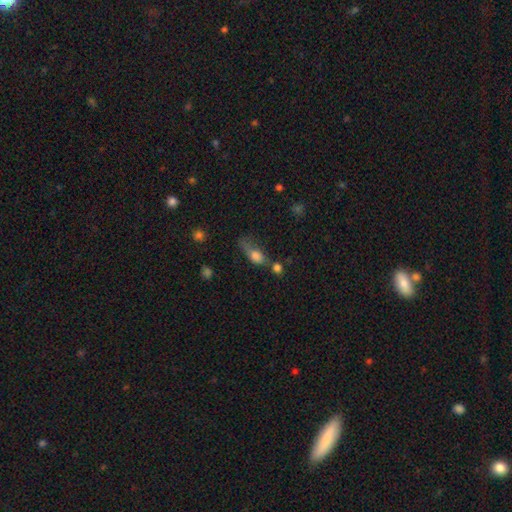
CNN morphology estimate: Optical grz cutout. It shows a smooth galaxy with no disk features (70%) that is in between round and cigar-shaped (65%). Merging: merger (27%).